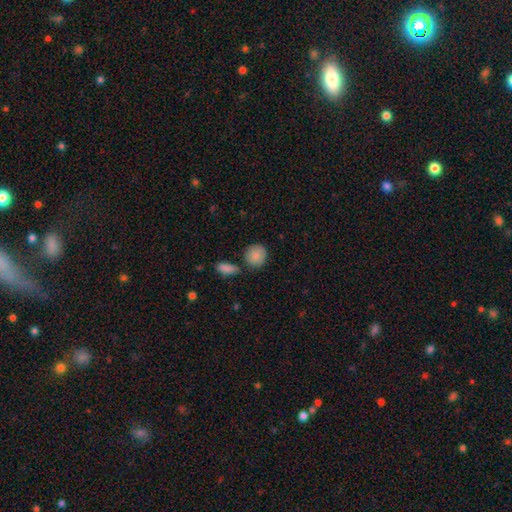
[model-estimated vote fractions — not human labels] Overall: smooth (88%). How rounded: round (82%). Merging: none (73%).